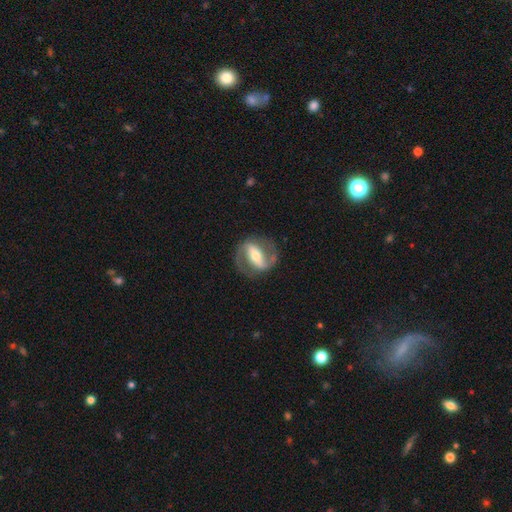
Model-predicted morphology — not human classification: type=featured or disk (86%); edge-on=no (95%); bar=strong (63%); spiral arms=yes (91%); winding=medium (51%); arm count=2 (91%); bulge=moderate (60%); merging=none (82%).